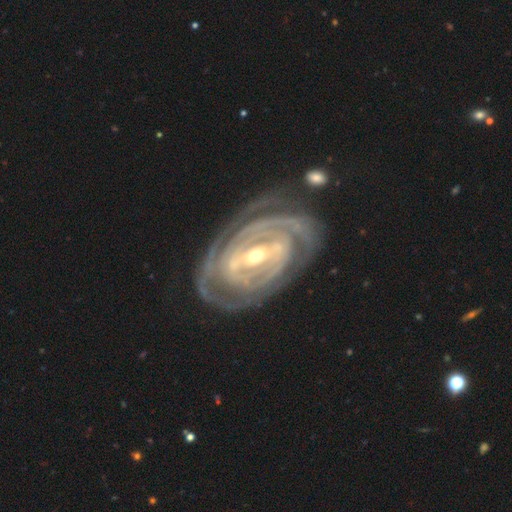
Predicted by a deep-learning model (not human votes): This appears to be a featured or disk galaxy (91%) with a strong bar (51%), 2 (28%) tight (79%) spiral arms (97%) and a moderate central bulge (48%, tied with small). Merging: none (71%).